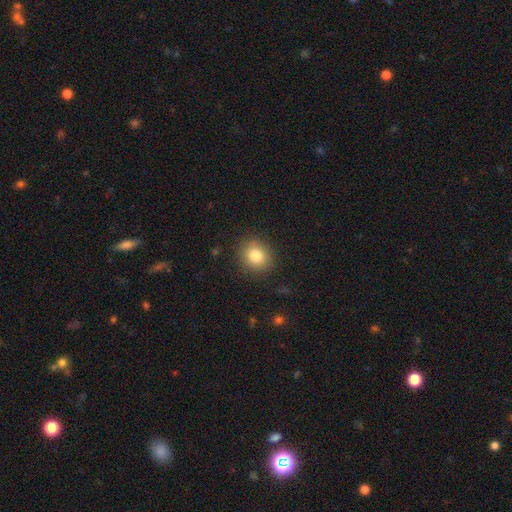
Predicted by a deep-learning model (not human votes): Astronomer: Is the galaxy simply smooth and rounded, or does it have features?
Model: smooth — 82%.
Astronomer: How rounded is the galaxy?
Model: round — 82%.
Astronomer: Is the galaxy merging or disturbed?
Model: none — 89%.